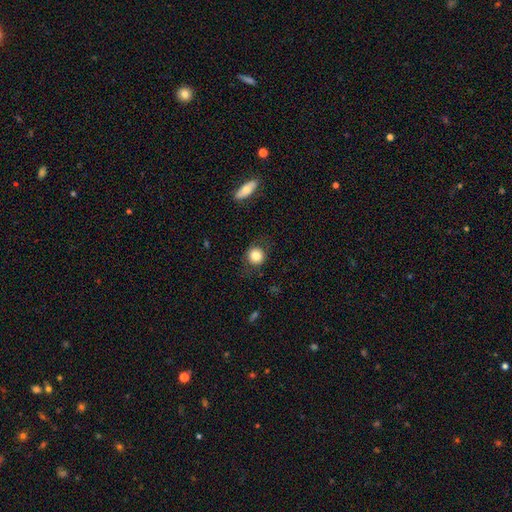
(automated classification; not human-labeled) A smooth galaxy with no disk features (83%) that is round (87%). Merging: none (82%).